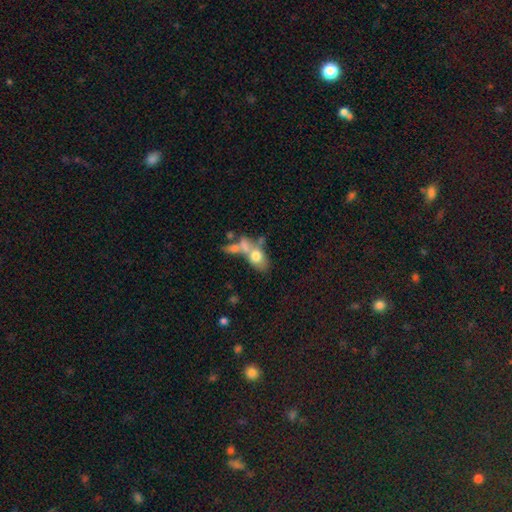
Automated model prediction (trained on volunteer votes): A smooth galaxy with no disk features (62%) that is in between round and cigar-shaped (72%). Merging: merger (52%).